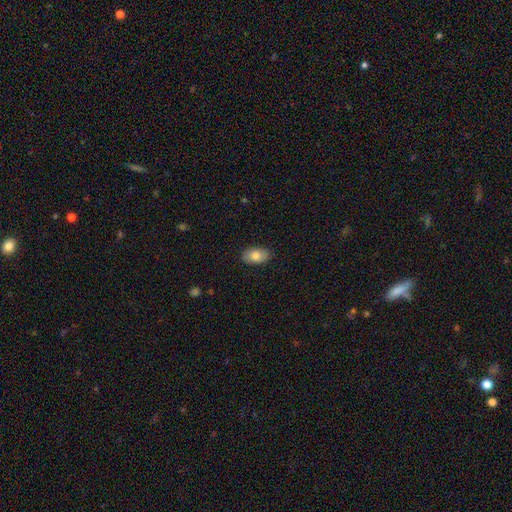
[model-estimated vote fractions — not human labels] Q: Smooth or featured?
A: smooth (81%); runner-up: featured or disk (13%)
Q: How rounded?
A: in between (92%); runner-up: round (7%)
Q: Merging?
A: none (87%); runner-up: minor disturbance (10%)